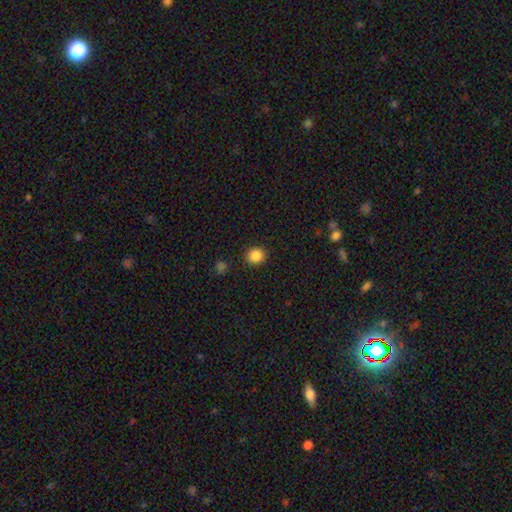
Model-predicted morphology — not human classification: type=smooth (86%); roundness=round (86%); merging=none (90%).